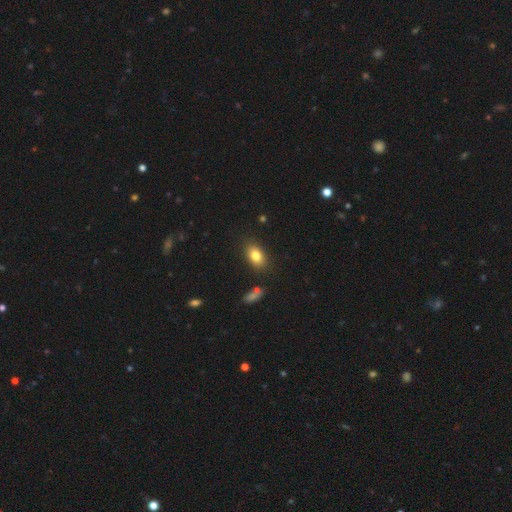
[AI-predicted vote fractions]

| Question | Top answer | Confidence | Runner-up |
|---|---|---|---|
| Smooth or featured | smooth | 80% | featured or disk (11%) |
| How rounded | in between | 84% | round (13%) |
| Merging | none | 84% | minor disturbance (10%) |